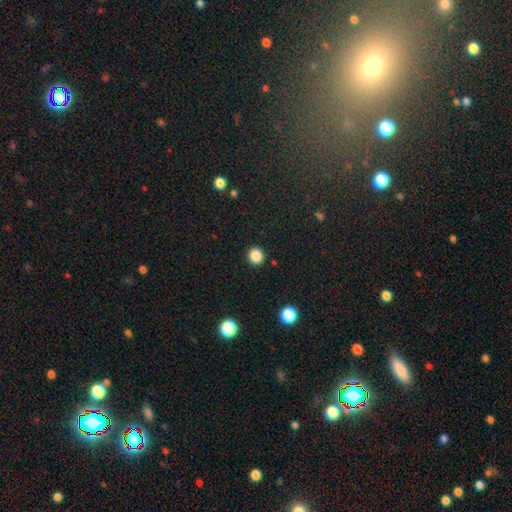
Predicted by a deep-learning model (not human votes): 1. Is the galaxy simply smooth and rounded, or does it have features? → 86% smooth, 11% star or artifact, 3% featured or disk.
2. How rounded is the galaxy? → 92% round, 7% in between, 1% cigar-shaped.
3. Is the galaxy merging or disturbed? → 92% none, 5% minor disturbance, 2% major disturbance, 1% merger.